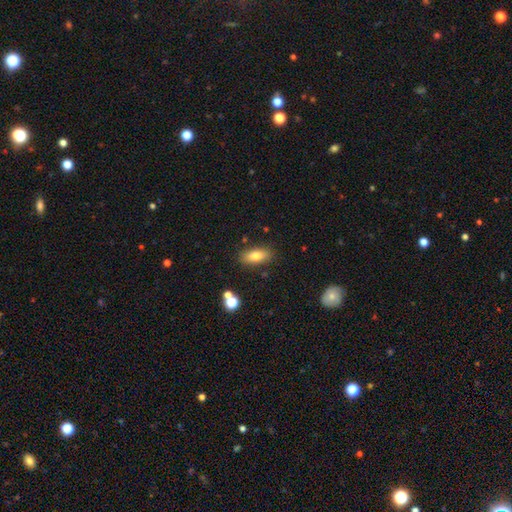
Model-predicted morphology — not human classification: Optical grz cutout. It shows a smooth galaxy with no disk features (78%) that is in between round and cigar-shaped (83%). Merging: none (84%).